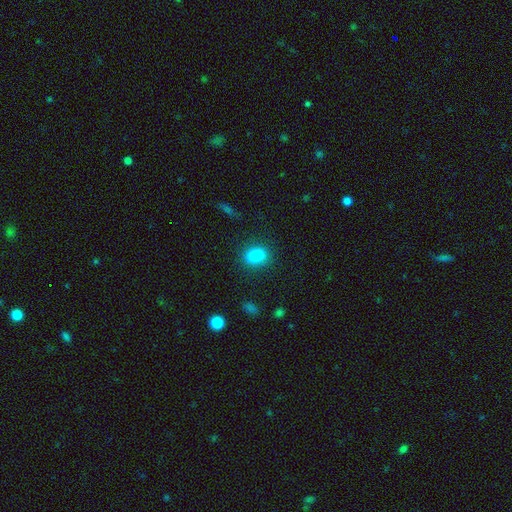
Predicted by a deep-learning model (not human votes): Smooth or featured? Predicted: smooth (p=0.86). How rounded? Predicted: in between (p=0.82). Merging? Predicted: none (p=0.83).